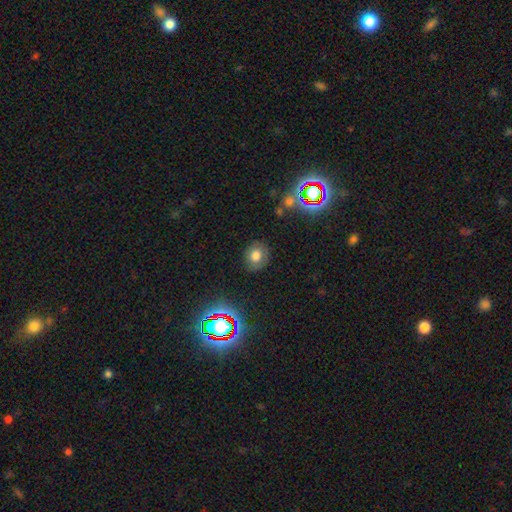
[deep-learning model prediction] Smooth or featured? smooth (70%)
How rounded? round (67%)
Merging? none (83%)